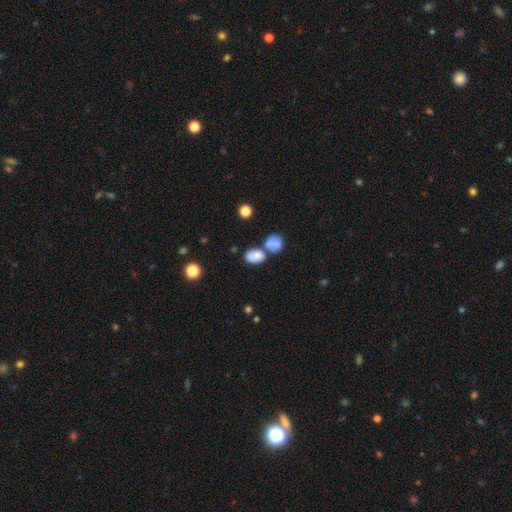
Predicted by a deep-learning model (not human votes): A smooth galaxy with no disk features (77%) that is in between round and cigar-shaped (82%).

Vote fractions:
- Smooth or featured? smooth: 77% / featured or disk: 13% / star or artifact: 10%
- How rounded? in between: 82% / round: 17% / cigar-shaped: 2%
- Merging? merger: 43% / none: 38% / minor disturbance: 13% / major disturbance: 6%